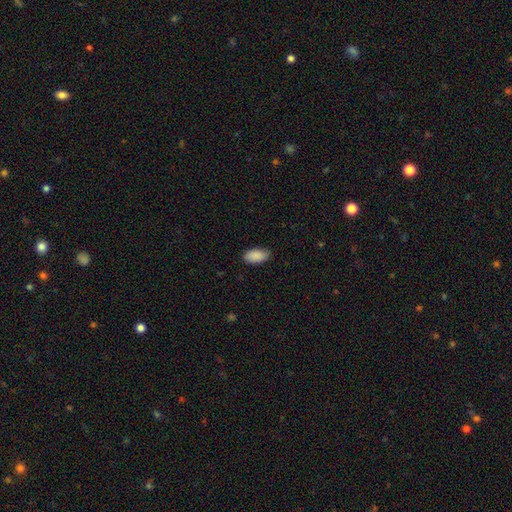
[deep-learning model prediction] smooth 90%, star or artifact 7%, featured or disk 4%. Down the decision tree: how rounded — in between (95%); merging — none (81%).